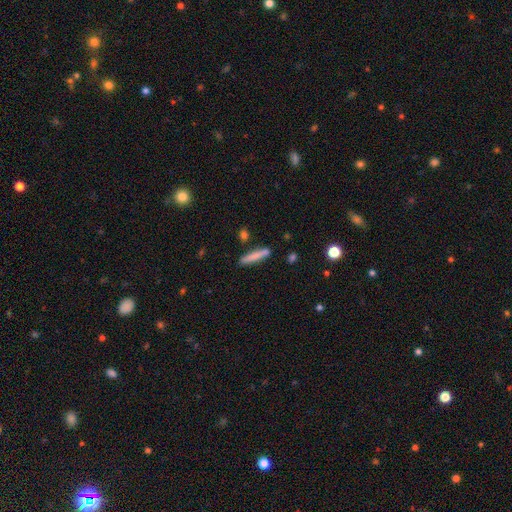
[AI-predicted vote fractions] smooth 78%, featured or disk 16%, star or artifact 6%. Down the decision tree: how rounded — cigar-shaped (92%); merging — none (83%).